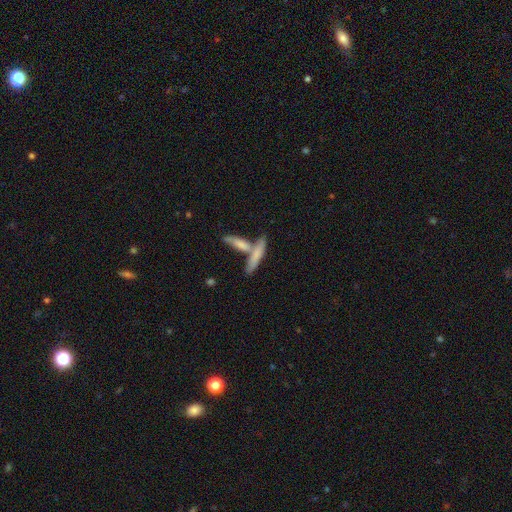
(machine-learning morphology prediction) Smooth or featured? smooth (66%)
How rounded? cigar-shaped (77%)
Merging? none (46%)